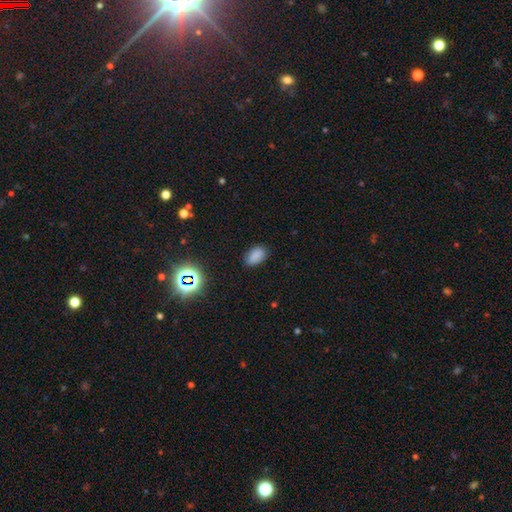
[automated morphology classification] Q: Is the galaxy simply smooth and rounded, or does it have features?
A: smooth — 80%.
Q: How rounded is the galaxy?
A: in between — 91%.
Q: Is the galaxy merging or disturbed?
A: none — 80%.